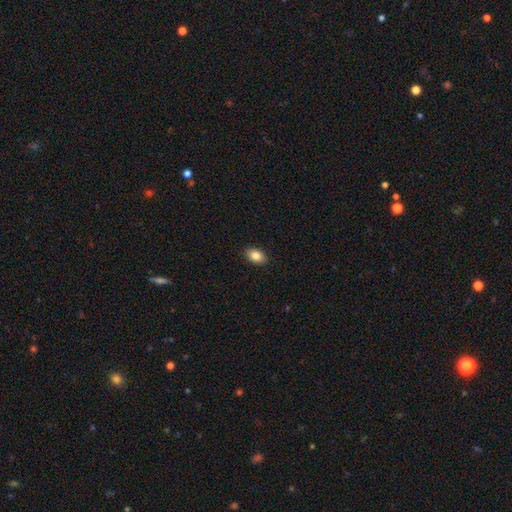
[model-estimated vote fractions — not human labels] Smooth or featured? Predicted: smooth (p=0.84). How rounded? Predicted: in between (p=0.87). Merging? Predicted: none (p=0.90).